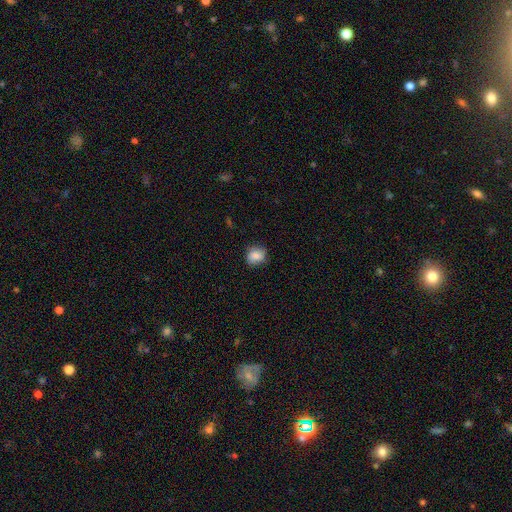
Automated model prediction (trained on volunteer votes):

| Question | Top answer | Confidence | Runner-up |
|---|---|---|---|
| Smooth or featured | smooth | 81% | featured or disk (11%) |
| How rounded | round | 67% | in between (31%) |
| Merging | none | 76% | minor disturbance (19%) |